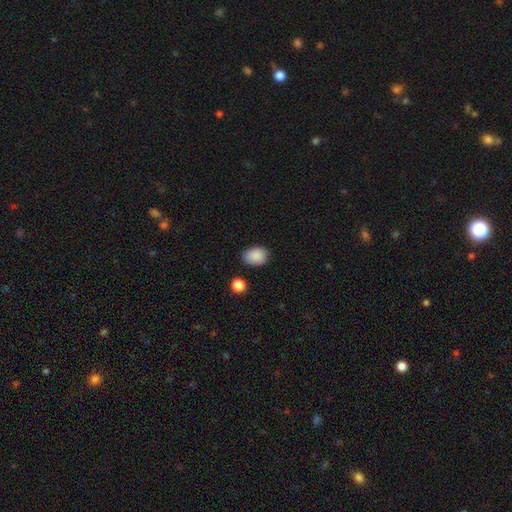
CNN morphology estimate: smooth_or_featured: smooth (p=0.89) [alt: star or artifact p=0.08]
how_rounded: in between (p=0.73) [alt: round p=0.26]
merging: none (p=0.82) [alt: minor disturbance p=0.13]